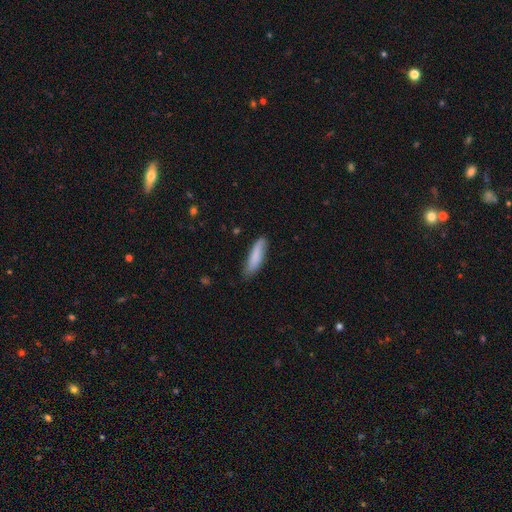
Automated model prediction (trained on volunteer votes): This is clearly a smooth galaxy (80%). How rounded: likely cigar-shaped (70%). Merging: likely none (75%).